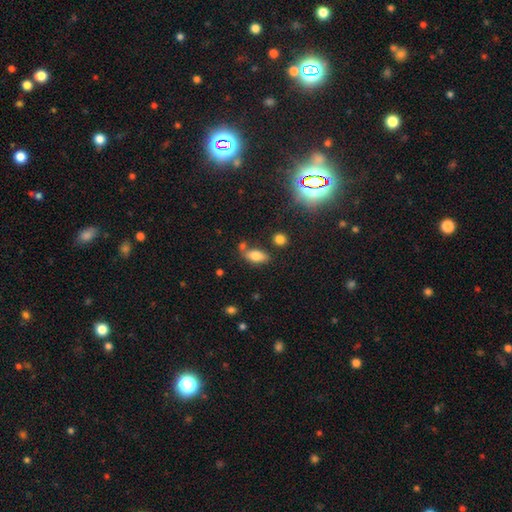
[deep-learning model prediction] Smooth or featured: smooth — 77% (featured or disk — 13%)
How rounded: in between — 86% (cigar-shaped — 9%)
Merging: none — 64% (minor disturbance — 16%)